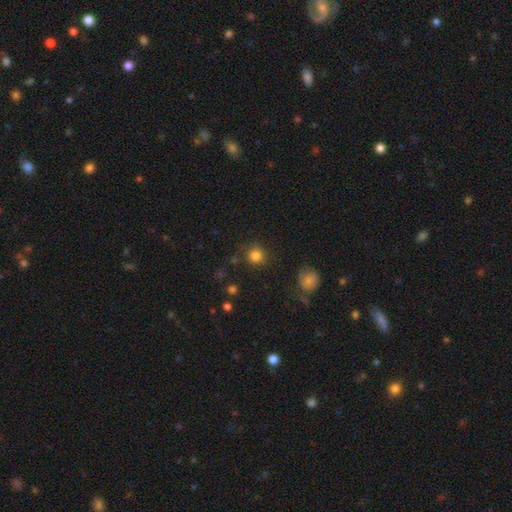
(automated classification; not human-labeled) A smooth galaxy with no disk features (81%) that is round (92%). Merging: none (81%).